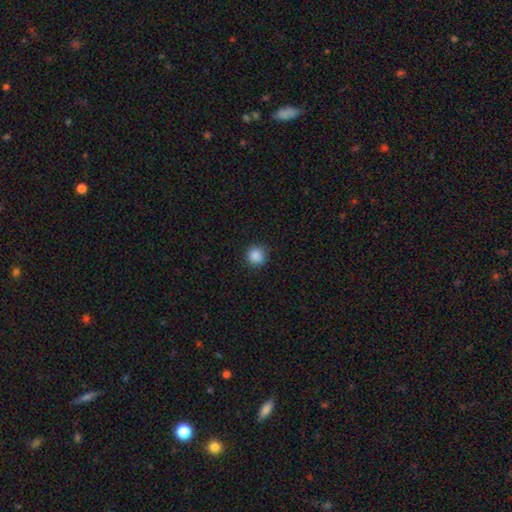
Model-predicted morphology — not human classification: smooth-or-featured: smooth: 88% | star or artifact: 9% | featured or disk: 3%
  how-rounded: round: 93% | in between: 6% | cigar-shaped: 1%
  merging: none: 88% | minor disturbance: 8% | major disturbance: 2% | merger: 1%